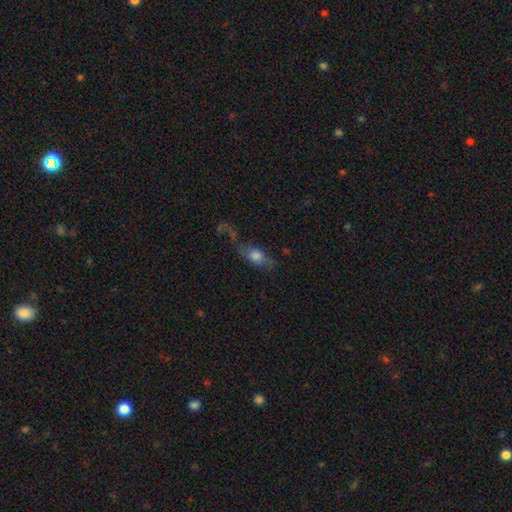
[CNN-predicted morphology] Overall: smooth (61%; featured or disk 27%). How rounded: in between (72%). Merging: major disturbance (34%; none 30%).